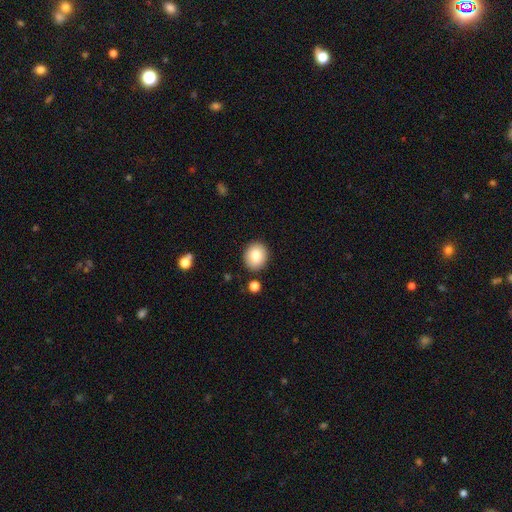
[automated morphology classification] Overall: smooth (82%). How rounded: round (66%; in between 33%). Merging: none (88%).